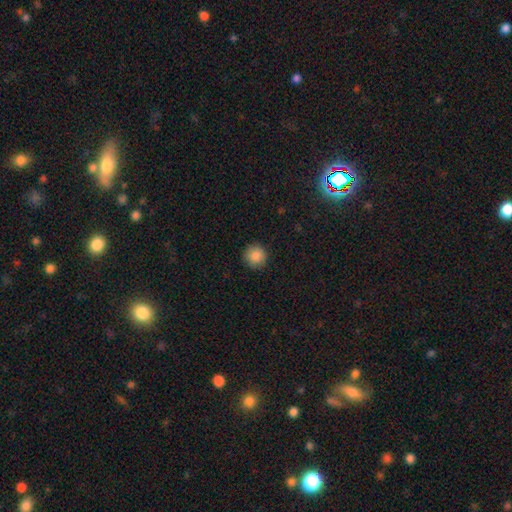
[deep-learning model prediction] Smooth or featured: smooth — 87% (star or artifact — 9%)
How rounded: round — 95% (in between — 4%)
Merging: none — 91% (minor disturbance — 6%)